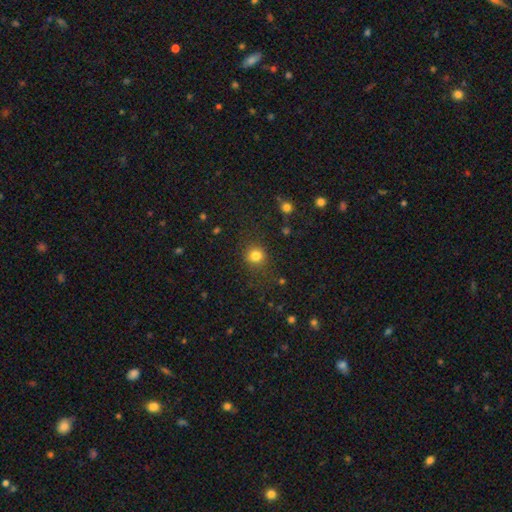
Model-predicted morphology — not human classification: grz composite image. It shows a smooth galaxy with no disk features (81%) that is round (88%). Merging: none (84%).